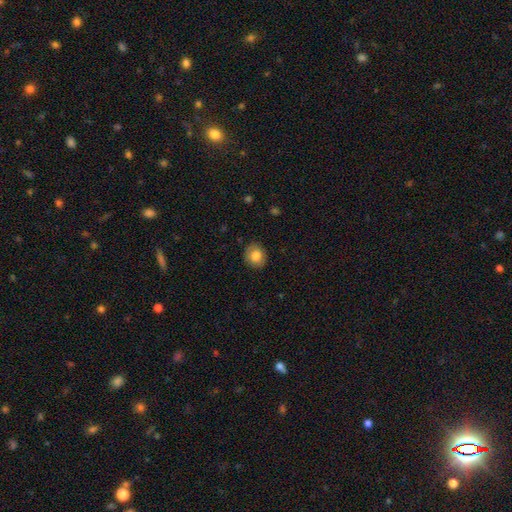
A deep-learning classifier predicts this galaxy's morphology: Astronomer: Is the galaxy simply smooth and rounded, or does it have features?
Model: smooth — 82%.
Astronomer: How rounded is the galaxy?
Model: round — 69%.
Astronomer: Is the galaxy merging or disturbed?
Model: none — 87%.